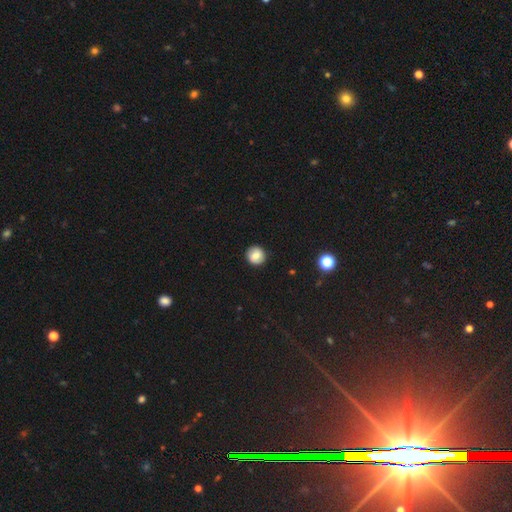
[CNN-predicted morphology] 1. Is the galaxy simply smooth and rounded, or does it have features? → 78% smooth, 13% featured or disk, 9% star or artifact.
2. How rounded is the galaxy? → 92% round, 7% in between, 1% cigar-shaped.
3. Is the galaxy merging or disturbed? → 90% none, 7% minor disturbance, 2% major disturbance, 1% merger.